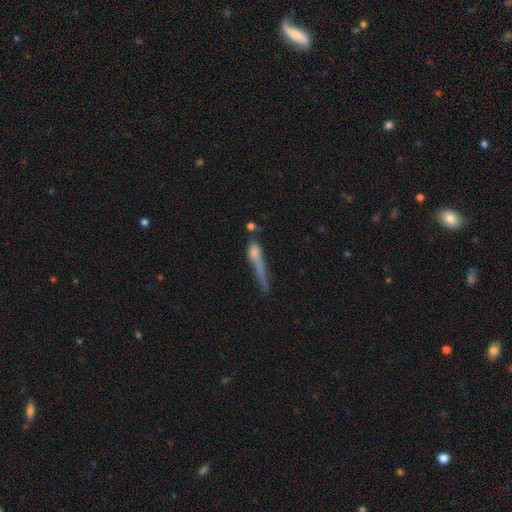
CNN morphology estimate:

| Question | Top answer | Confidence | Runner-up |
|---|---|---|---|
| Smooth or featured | smooth | 55% | featured or disk (32%) |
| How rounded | cigar-shaped | 81% | in between (14%) |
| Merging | none | 32% | major disturbance (27%) |